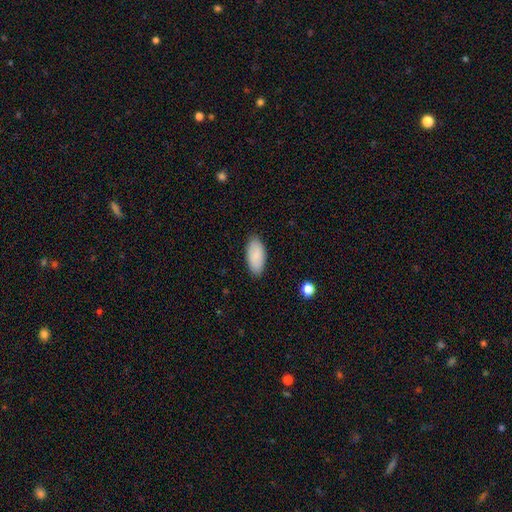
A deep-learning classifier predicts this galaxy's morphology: The model was most divided on "merging": none: 86%, minor disturbance: 11%, major disturbance: 2%, merger: 1%. More confident: how rounded — in between (92%); smooth or featured — smooth (88%).